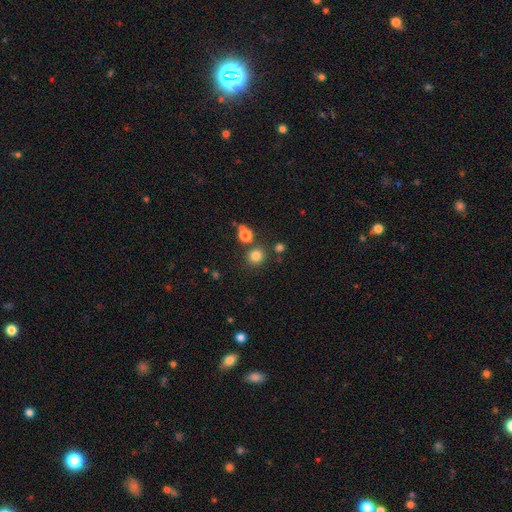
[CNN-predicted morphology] Overall: smooth (79%). How rounded: round (91%). Merging: none (80%).